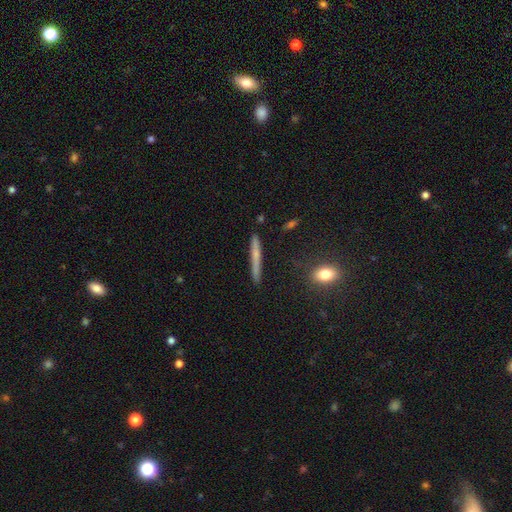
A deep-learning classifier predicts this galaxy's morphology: Smooth or featured? smooth (50%)
How rounded? cigar-shaped (95%)
Merging? none (86%)